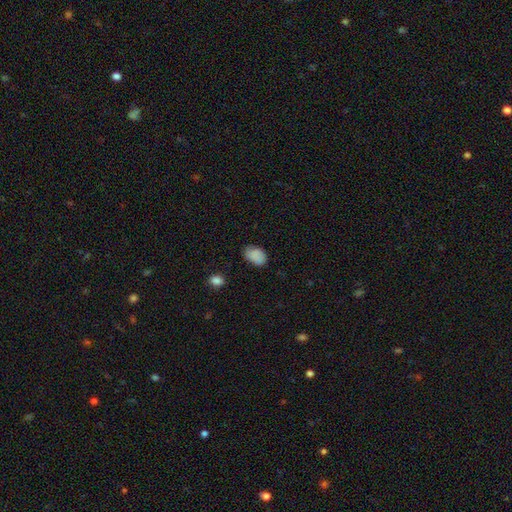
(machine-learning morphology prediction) smooth-or-featured: smooth: 86% | star or artifact: 9% | featured or disk: 5%
  how-rounded: in between: 85% | round: 14% | cigar-shaped: 1%
  merging: none: 69% | minor disturbance: 24% | major disturbance: 5% | merger: 2%